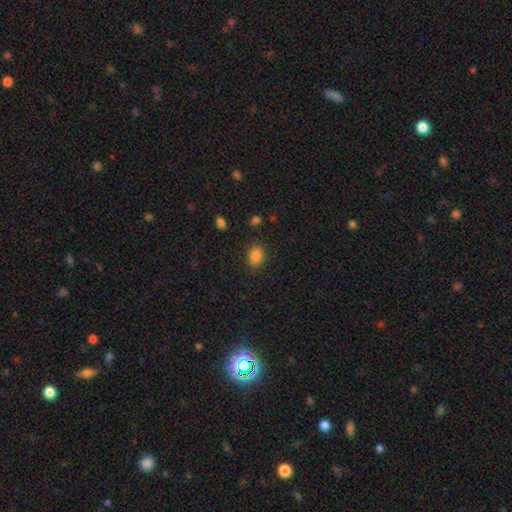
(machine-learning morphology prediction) smooth-or-featured: smooth: 84% | star or artifact: 11% | featured or disk: 5%
  how-rounded: in between: 59% | round: 40% | cigar-shaped: 1%
  merging: none: 83% | minor disturbance: 11% | major disturbance: 3% | merger: 2%